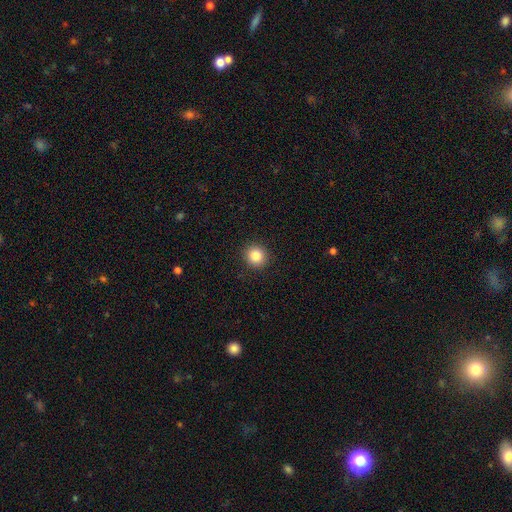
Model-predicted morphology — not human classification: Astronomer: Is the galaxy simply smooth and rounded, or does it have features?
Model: smooth — 84%.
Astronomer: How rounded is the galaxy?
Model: round — 92%.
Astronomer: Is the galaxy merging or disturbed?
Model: none — 92%.